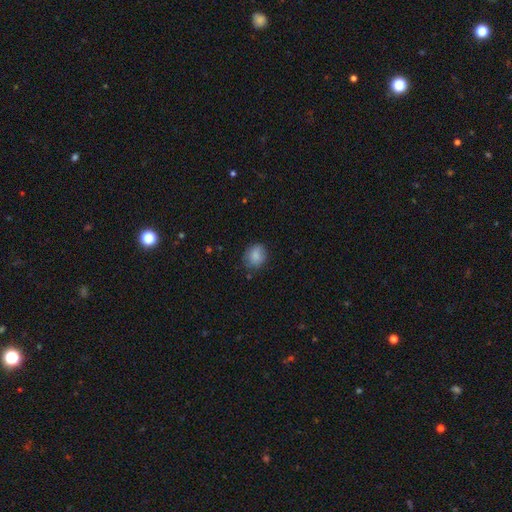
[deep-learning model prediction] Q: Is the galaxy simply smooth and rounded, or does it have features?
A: smooth — 83%.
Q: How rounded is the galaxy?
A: round — 68%.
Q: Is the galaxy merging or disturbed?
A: none — 74%.